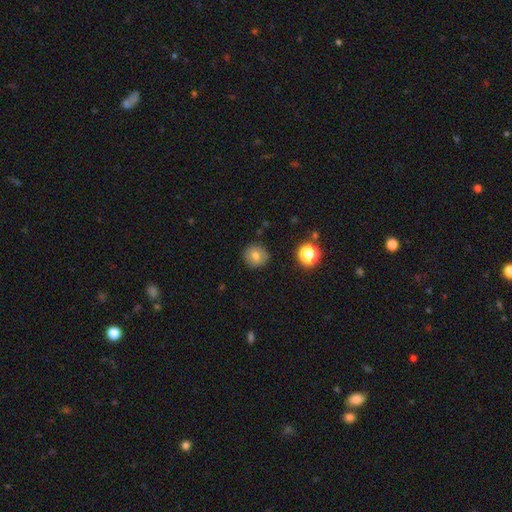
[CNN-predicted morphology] A smooth galaxy with no disk features (74%) that is round (93%).

Vote fractions:
- Smooth or featured? smooth: 74% / featured or disk: 14% / star or artifact: 12%
- How rounded? round: 93% / in between: 6% / cigar-shaped: 1%
- Merging? none: 89% / minor disturbance: 7% / major disturbance: 2% / merger: 1%